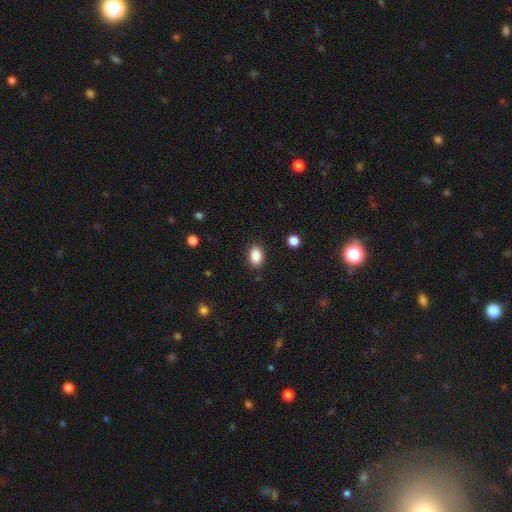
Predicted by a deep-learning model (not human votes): smooth_or_featured: smooth (p=0.88) [alt: star or artifact p=0.08]
how_rounded: in between (p=0.83) [alt: round p=0.16]
merging: none (p=0.88) [alt: minor disturbance p=0.08]